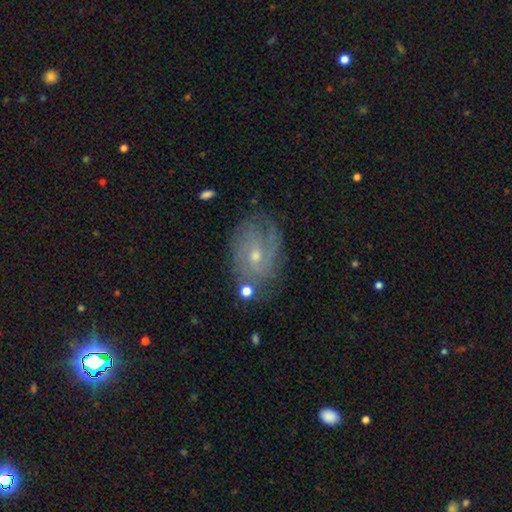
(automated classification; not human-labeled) Smooth or featured? featured or disk (71%)
Edge-on disk? no (96%)
Bar? no (64%)
Spiral arms? yes (85%)
Spiral winding? tight (53%)
Spiral arm count? can't tell (47%)
Bulge size? small (57%)
Merging? none (70%)